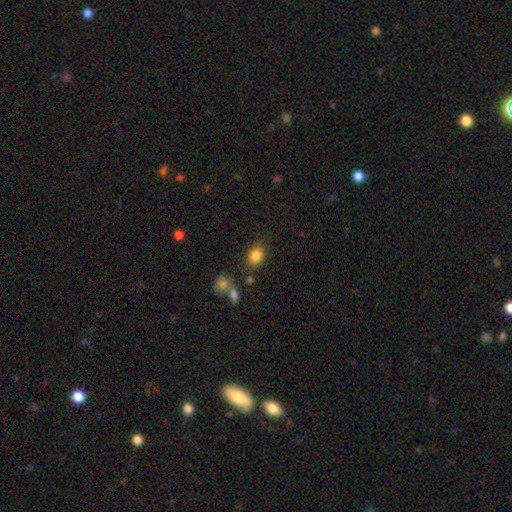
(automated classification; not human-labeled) smooth_or_featured: smooth (p=0.84) [alt: star or artifact p=0.10]
how_rounded: in between (p=0.52) [alt: round p=0.46]
merging: none (p=0.76) [alt: minor disturbance p=0.13]